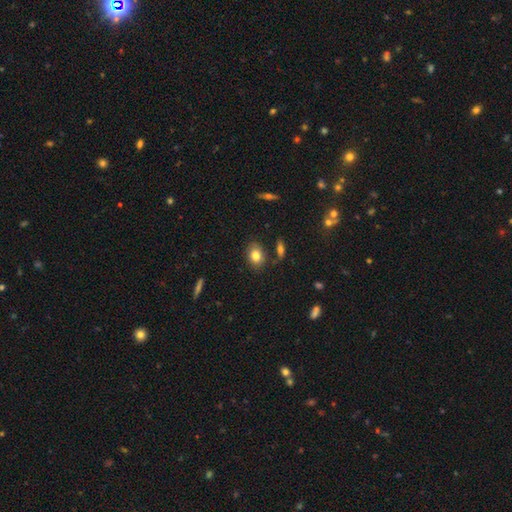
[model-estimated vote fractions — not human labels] smooth_or_featured: smooth (p=0.80) [alt: featured or disk p=0.11]
how_rounded: in between (p=0.66) [alt: round p=0.33]
merging: none (p=0.78) [alt: minor disturbance p=0.14]